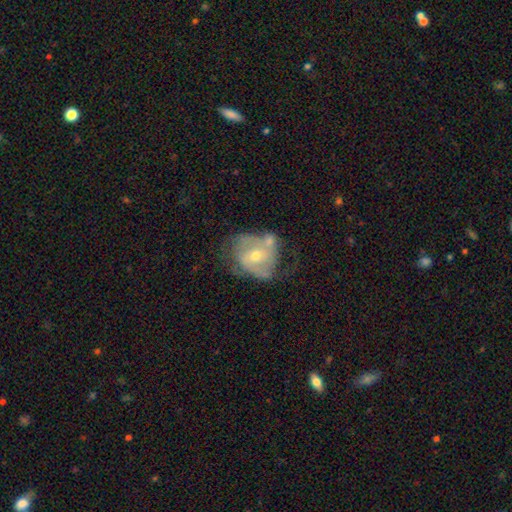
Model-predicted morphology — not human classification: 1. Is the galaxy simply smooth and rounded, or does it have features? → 70% featured or disk, 23% smooth, 7% star or artifact.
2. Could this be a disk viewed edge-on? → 97% no, 3% yes.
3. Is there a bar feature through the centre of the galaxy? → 54% no, 35% weak, 11% strong.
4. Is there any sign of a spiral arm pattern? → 74% yes, 26% no.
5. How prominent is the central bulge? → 52% moderate, 44% small, 2% large, 1% none, 1% dominant.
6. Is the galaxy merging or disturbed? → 38% none, 24% minor disturbance, 21% merger, 17% major disturbance.